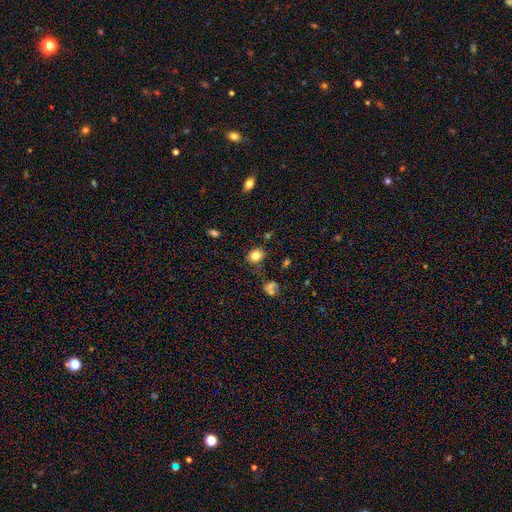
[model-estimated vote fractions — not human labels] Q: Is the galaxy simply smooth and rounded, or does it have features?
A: smooth — 81%.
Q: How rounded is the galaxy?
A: round — 60%.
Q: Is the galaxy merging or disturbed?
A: none — 75%.